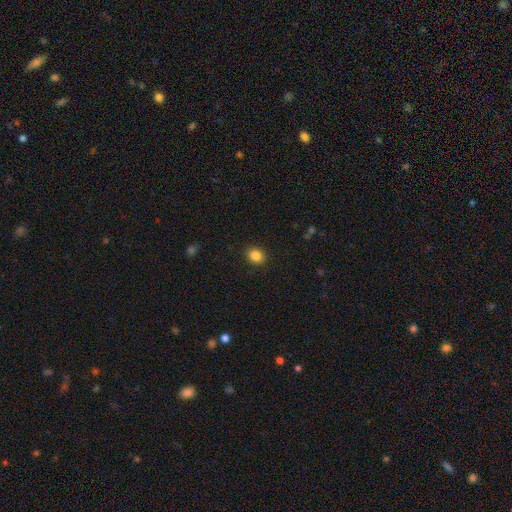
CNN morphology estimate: Smooth or featured? Predicted: smooth (p=0.86). How rounded? Predicted: round (p=0.54). Merging? Predicted: none (p=0.90).